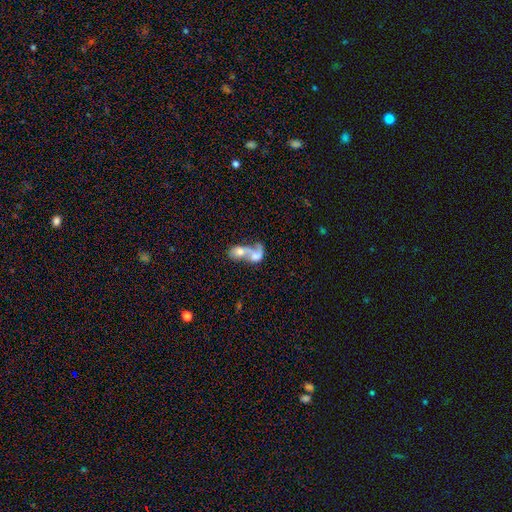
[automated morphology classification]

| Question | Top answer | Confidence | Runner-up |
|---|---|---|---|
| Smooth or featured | smooth | 49% | featured or disk (42%) |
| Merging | merger | 80% | major disturbance (9%) |